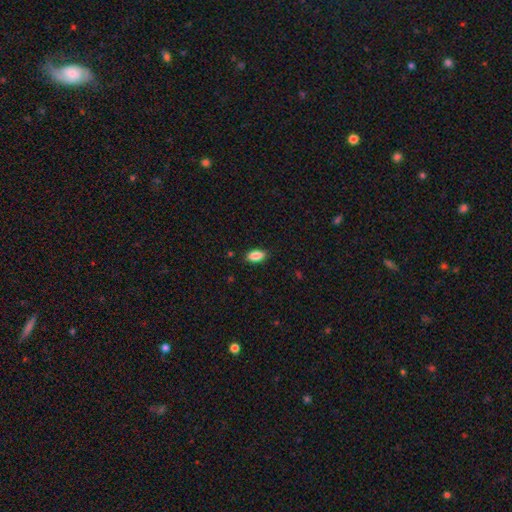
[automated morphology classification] smooth_or_featured: smooth (p=0.88) [alt: star or artifact p=0.08]
how_rounded: in between (p=0.91) [alt: cigar-shaped p=0.05]
merging: none (p=0.87) [alt: minor disturbance p=0.10]